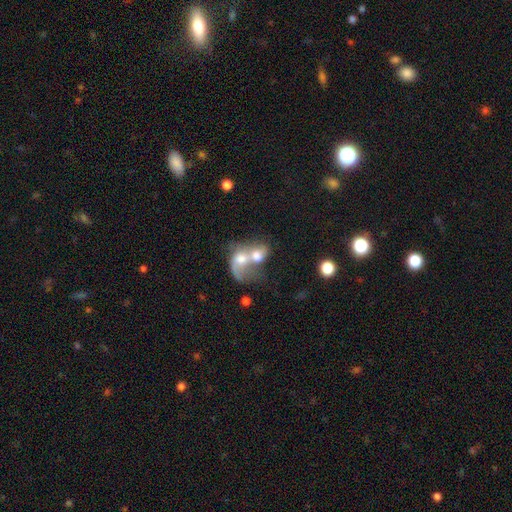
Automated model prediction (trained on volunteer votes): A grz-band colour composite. It shows a smooth galaxy with no disk features (53%) that is in between round and cigar-shaped (59%). Merging: merger (82%).